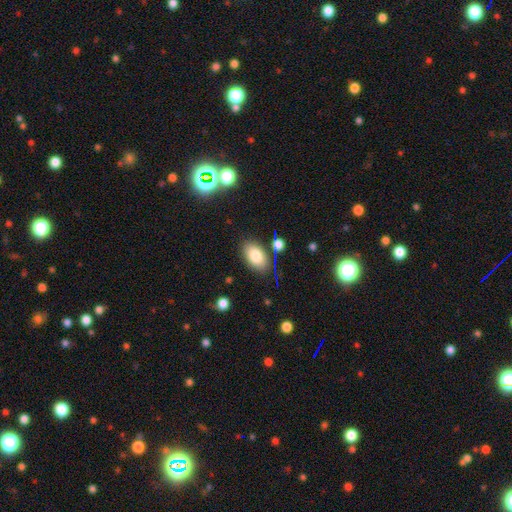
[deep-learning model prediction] This appears to be a smooth galaxy with no disk features (82%) that is in between round and cigar-shaped (92%). Merging: none (81%).